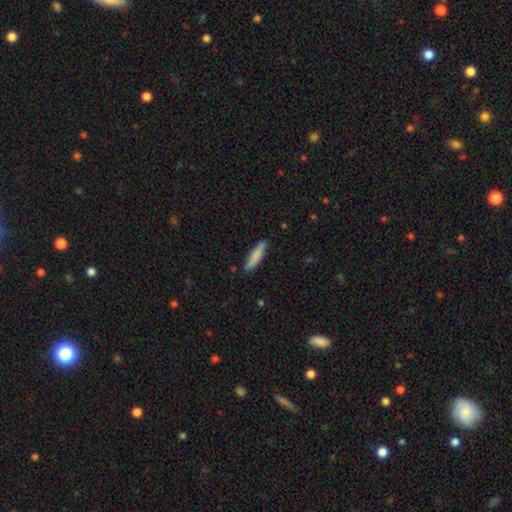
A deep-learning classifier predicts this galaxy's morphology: Overall: smooth (82%). How rounded: cigar-shaped (82%). Merging: none (87%).